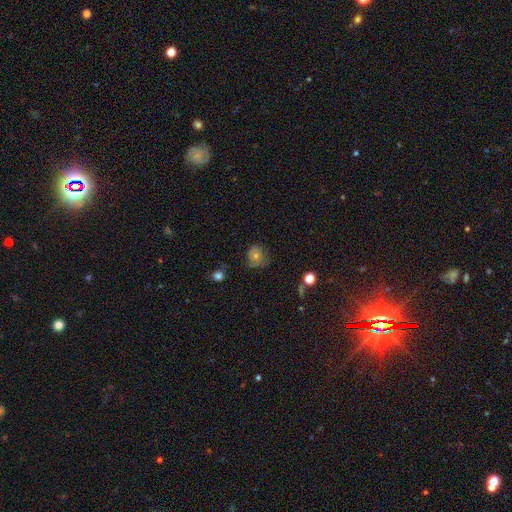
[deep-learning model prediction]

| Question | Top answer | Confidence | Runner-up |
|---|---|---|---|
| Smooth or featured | smooth | 60% | featured or disk (22%) |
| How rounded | round | 83% | in between (16%) |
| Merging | none | 68% | minor disturbance (23%) |